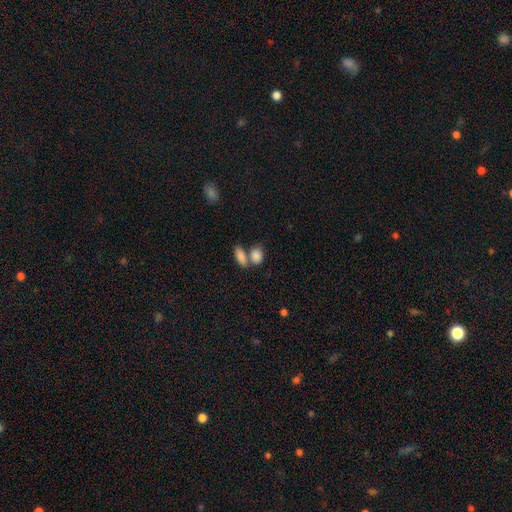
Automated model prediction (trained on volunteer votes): Smooth or featured? Predicted: smooth (p=0.86). How rounded? Predicted: in between (p=0.80). Merging? Predicted: merger (p=0.48).